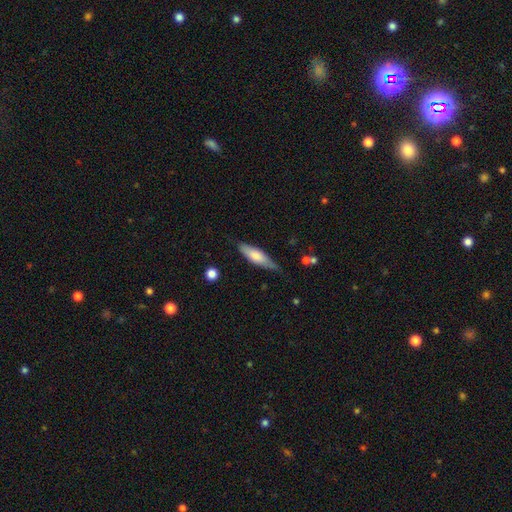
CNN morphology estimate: type=smooth (68%); roundness=cigar-shaped (56%); merging=none (70%).